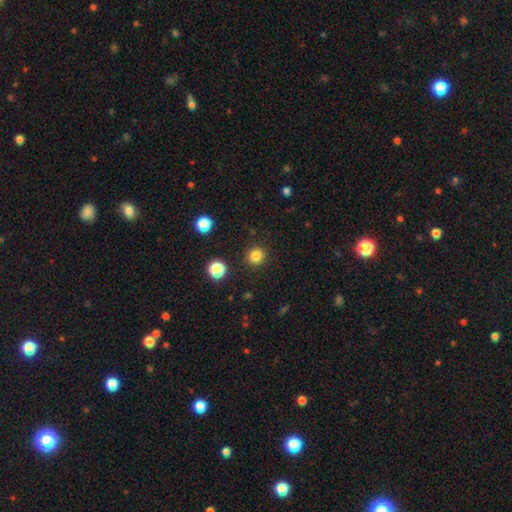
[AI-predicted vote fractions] smooth-or-featured: smooth: 83% | star or artifact: 13% | featured or disk: 4%
  how-rounded: round: 91% | in between: 8% | cigar-shaped: 1%
  merging: none: 91% | minor disturbance: 6% | major disturbance: 2% | merger: 1%